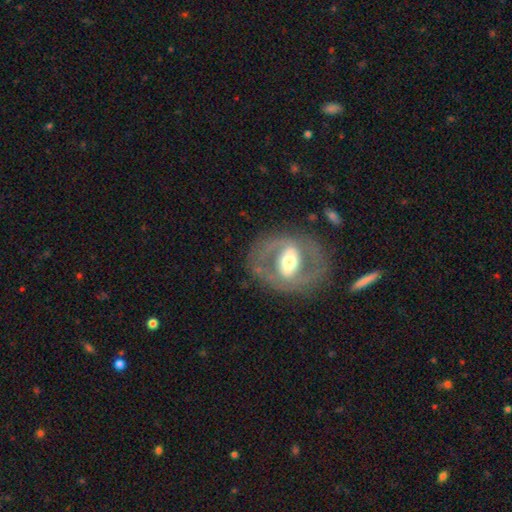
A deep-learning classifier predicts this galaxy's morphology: A featured or disk galaxy (70%) with a strong bar (39%), no spiral arms (52%) and a moderate central bulge (67%). Merging: none (75%).